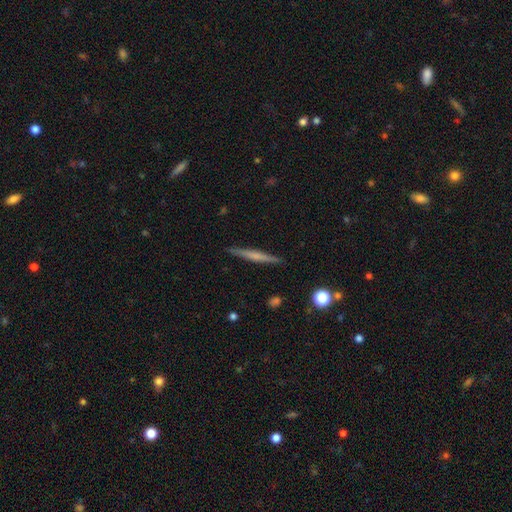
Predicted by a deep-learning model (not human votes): Q: Smooth or featured?
A: featured or disk (55%); runner-up: smooth (38%)
Q: Edge-on disk?
A: yes (98%); runner-up: no (2%)
Q: Edge-on bulge?
A: none (45%); runner-up: rounded (42%)
Q: Merging?
A: none (91%); runner-up: minor disturbance (7%)